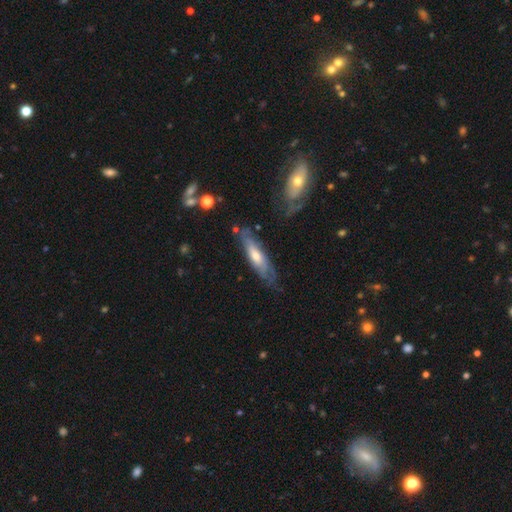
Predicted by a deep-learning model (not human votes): Smooth or featured?
  - featured or disk: 61% *
  - smooth: 34%
  - star or artifact: 6%
Edge-on disk?
  - no: 56% *
  - yes: 44%
Merging?
  - none: 69% *
  - minor disturbance: 21%
  - major disturbance: 7%
  - merger: 3%